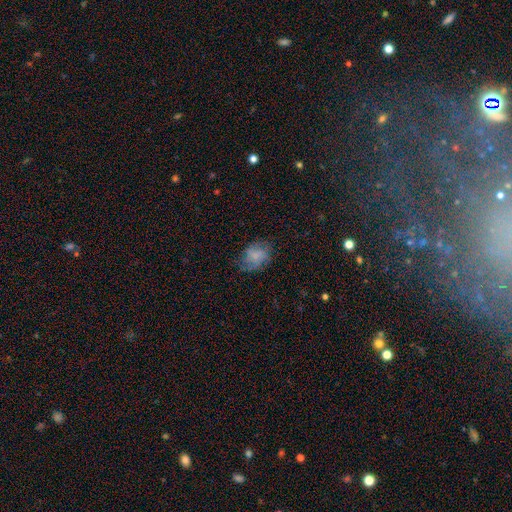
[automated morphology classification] Smooth or featured: smooth — 68% (featured or disk — 22%)
How rounded: in between — 66% (round — 33%)
Merging: none — 64% (minor disturbance — 24%)